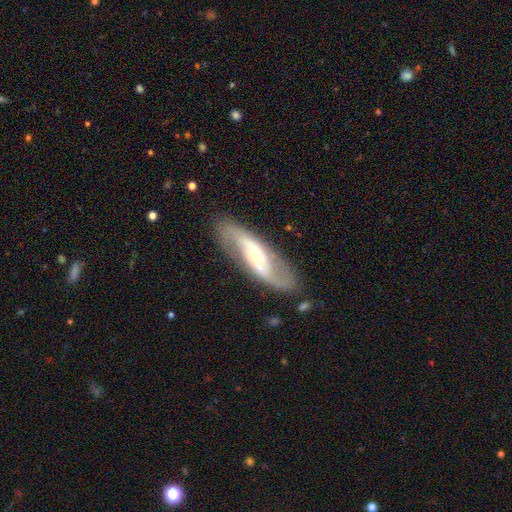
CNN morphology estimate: Smooth or featured? Predicted: featured or disk (p=0.81). Edge-on disk? Predicted: no (p=0.87). Bar? Predicted: no (p=0.51). Spiral arms? Predicted: yes (p=0.87). Spiral winding? Predicted: loose (p=0.45). Spiral arm count? Predicted: 2 (p=0.88). Bulge size? Predicted: small (p=0.54). Merging? Predicted: none (p=0.82).